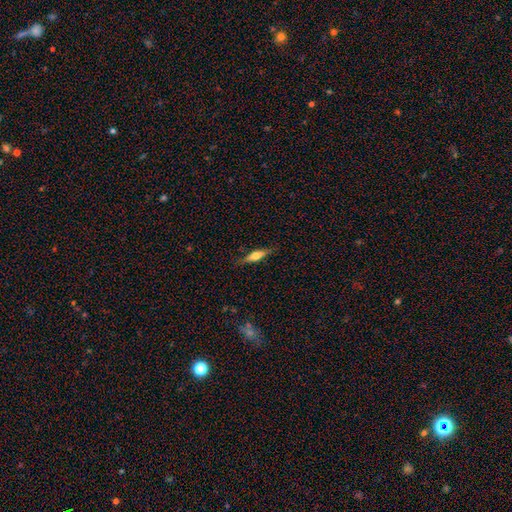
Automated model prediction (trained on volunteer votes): This appears to be a smooth galaxy with no disk features (48%). Merging: none (83%).